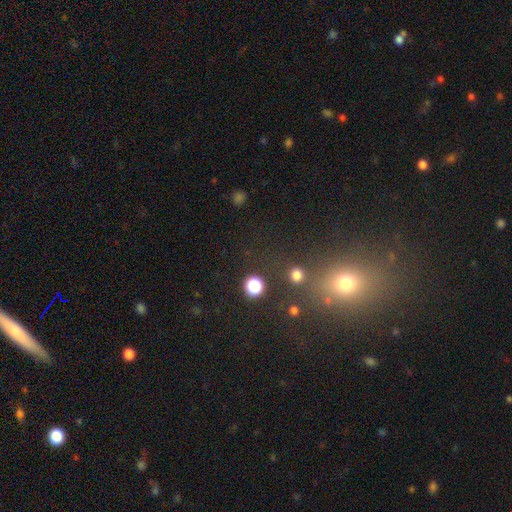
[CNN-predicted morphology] type=star or artifact (46%).